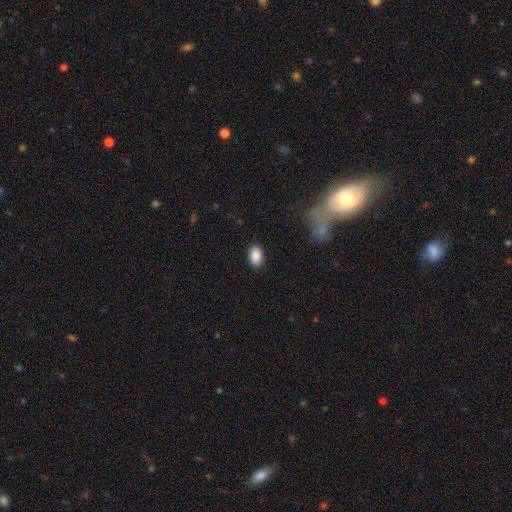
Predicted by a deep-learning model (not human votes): This appears to be a smooth galaxy with no disk features (89%) that is in between round and cigar-shaped (89%). Merging: none (87%).